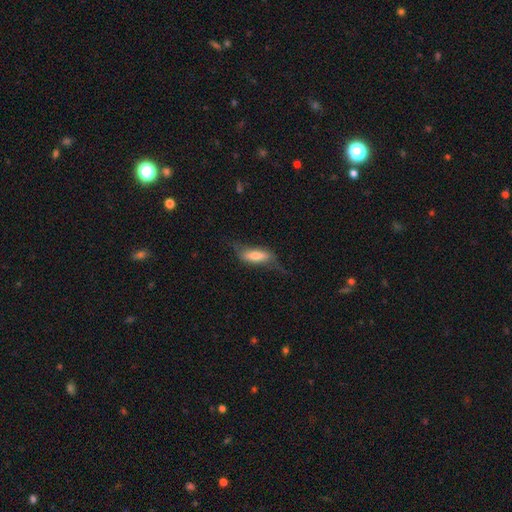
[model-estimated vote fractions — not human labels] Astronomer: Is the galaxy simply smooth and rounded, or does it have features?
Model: smooth — 52% (runner-up: featured or disk, 41%).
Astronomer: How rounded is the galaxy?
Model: in between — 59% (runner-up: cigar-shaped, 38%).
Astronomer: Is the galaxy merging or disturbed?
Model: none — 50% (runner-up: minor disturbance, 27%).